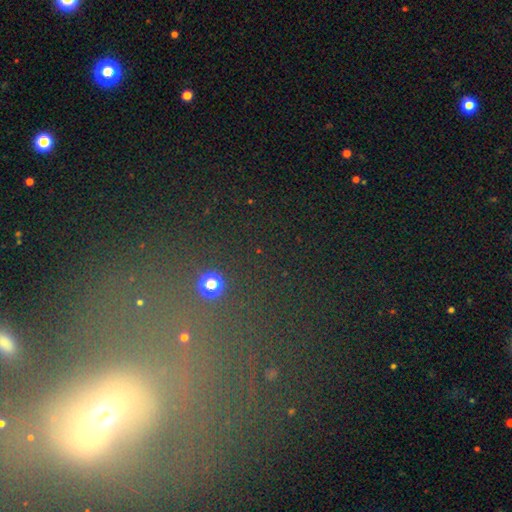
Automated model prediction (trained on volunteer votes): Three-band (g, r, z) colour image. It shows a star or artifact, not a galaxy (48%).